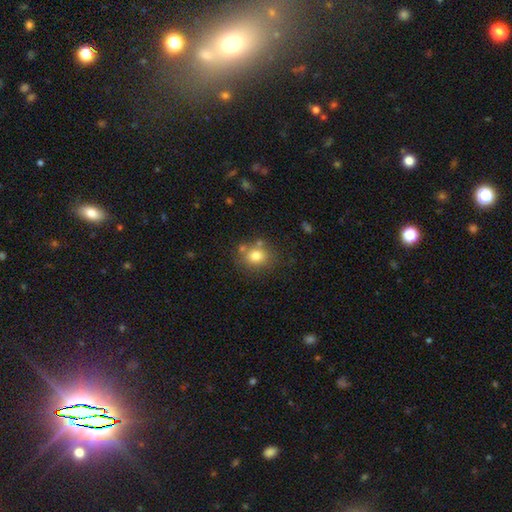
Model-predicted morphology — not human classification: Q: Smooth or featured?
A: smooth (77%); runner-up: star or artifact (12%)
Q: How rounded?
A: round (72%); runner-up: in between (27%)
Q: Merging?
A: none (72%); runner-up: minor disturbance (13%)